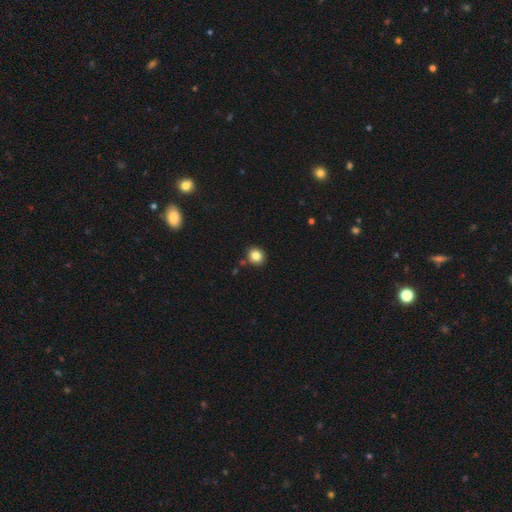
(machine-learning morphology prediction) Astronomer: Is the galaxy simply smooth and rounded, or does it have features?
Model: smooth — 84%.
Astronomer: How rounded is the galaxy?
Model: round — 78%.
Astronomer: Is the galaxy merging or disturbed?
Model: none — 85%.